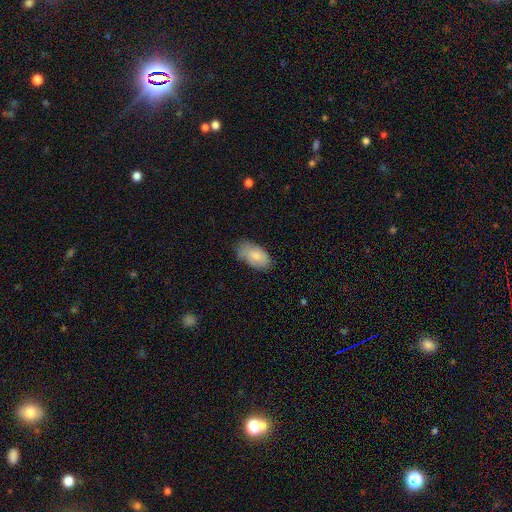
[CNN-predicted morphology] smooth_or_featured: smooth (p=0.79) [alt: featured or disk p=0.15]
how_rounded: in between (p=0.95) [alt: round p=0.03]
merging: none (p=0.60) [alt: minor disturbance p=0.31]